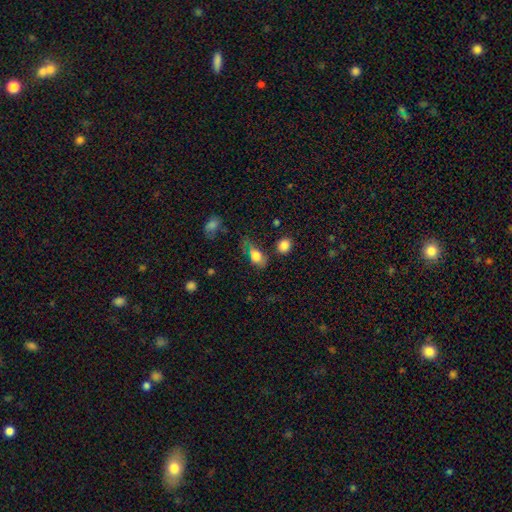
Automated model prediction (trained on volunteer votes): A smooth galaxy with no disk features (76%) that is in between round and cigar-shaped (81%). Merging: none (41%).